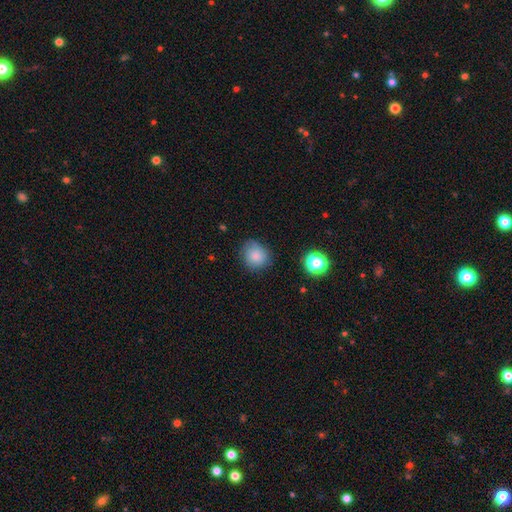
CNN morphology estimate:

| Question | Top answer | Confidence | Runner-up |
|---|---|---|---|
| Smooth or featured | smooth | 83% | star or artifact (10%) |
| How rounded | round | 77% | in between (22%) |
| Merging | none | 75% | minor disturbance (19%) |